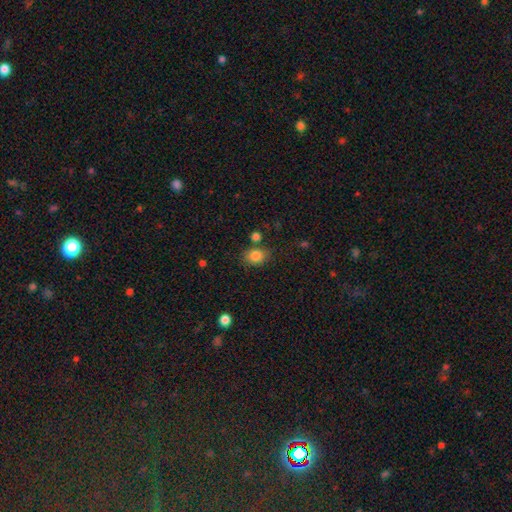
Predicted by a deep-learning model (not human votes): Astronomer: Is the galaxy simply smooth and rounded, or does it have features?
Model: smooth — 84%.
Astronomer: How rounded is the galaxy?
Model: in between — 52% (runner-up: round, 47%).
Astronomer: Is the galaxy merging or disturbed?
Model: none — 73%.